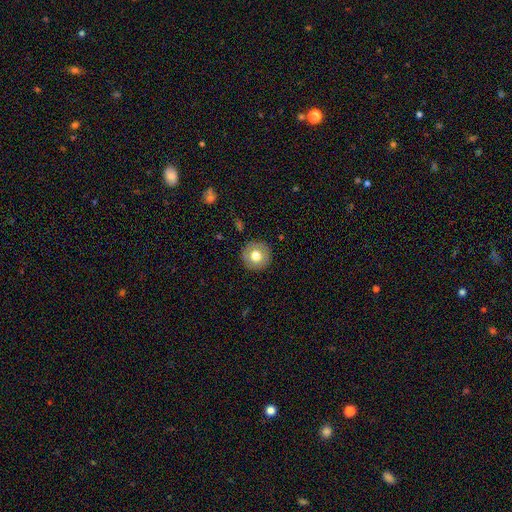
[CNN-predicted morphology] Q: Smooth or featured?
A: smooth (73%); runner-up: featured or disk (19%)
Q: How rounded?
A: round (95%); runner-up: in between (4%)
Q: Merging?
A: none (91%); runner-up: minor disturbance (6%)